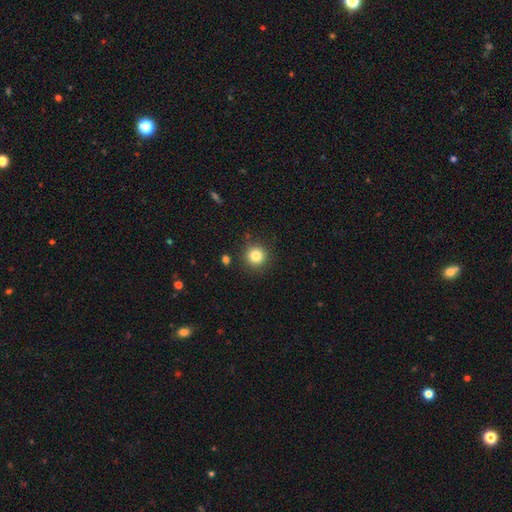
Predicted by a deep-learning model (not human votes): Smooth or featured: smooth — 83% (star or artifact — 12%)
How rounded: round — 94% (in between — 5%)
Merging: none — 88% (minor disturbance — 8%)